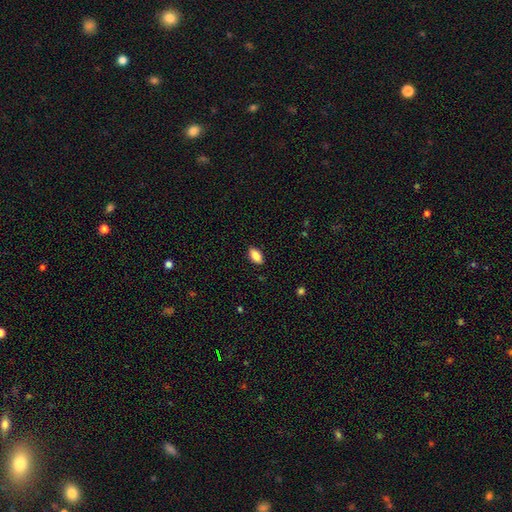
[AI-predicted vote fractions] Smooth or featured? smooth (86%)
How rounded? in between (92%)
Merging? none (88%)